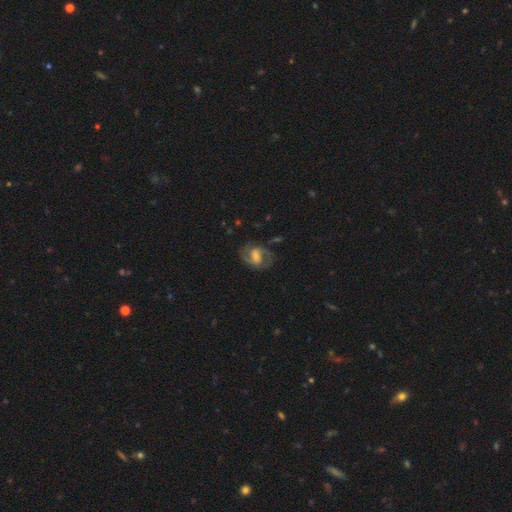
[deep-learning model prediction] featured or disk 75%, smooth 18%, star or artifact 7%. Down the decision tree: edge-on disk — no (97%); bar — weak (49%); spiral arms — yes (90%); spiral arm count — 2 (85%); spiral winding — medium (55%); bulge size — moderate (37%); merging — none (69%).